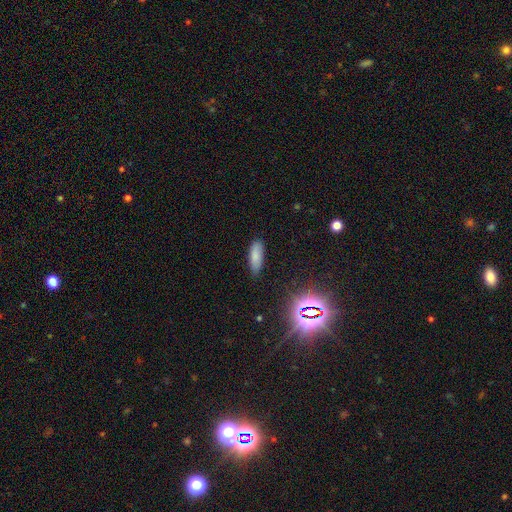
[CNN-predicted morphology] This appears to be a smooth galaxy with no disk features (80%) that is in between round and cigar-shaped (62%). Merging: none (80%).